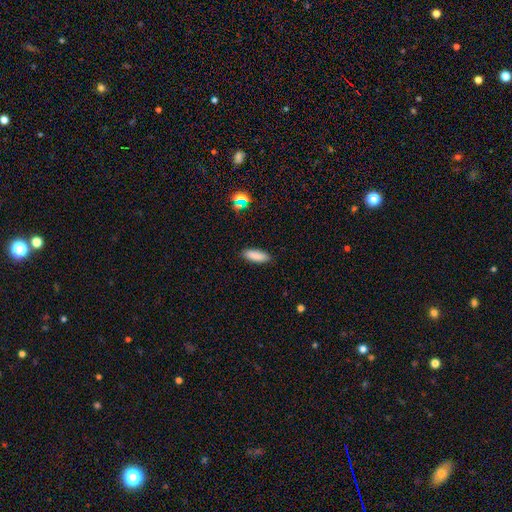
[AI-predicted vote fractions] Q: Smooth or featured?
A: smooth (86%); runner-up: star or artifact (9%)
Q: How rounded?
A: in between (59%); runner-up: cigar-shaped (39%)
Q: Merging?
A: none (87%); runner-up: minor disturbance (9%)